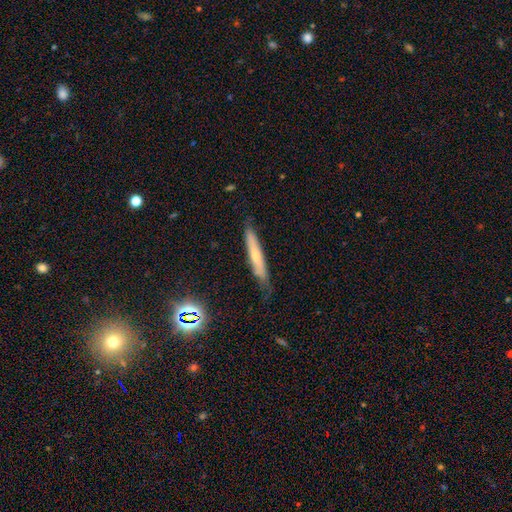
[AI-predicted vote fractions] smooth_or_featured: smooth (p=0.47) [alt: featured or disk p=0.44]
merging: none (p=0.72) [alt: minor disturbance p=0.22]